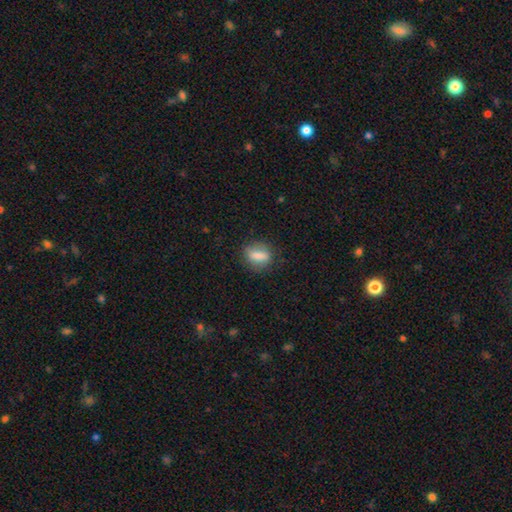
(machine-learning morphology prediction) Q: Smooth or featured?
A: smooth (74%); runner-up: featured or disk (18%)
Q: How rounded?
A: in between (60%); runner-up: round (27%)
Q: Merging?
A: none (78%); runner-up: minor disturbance (15%)